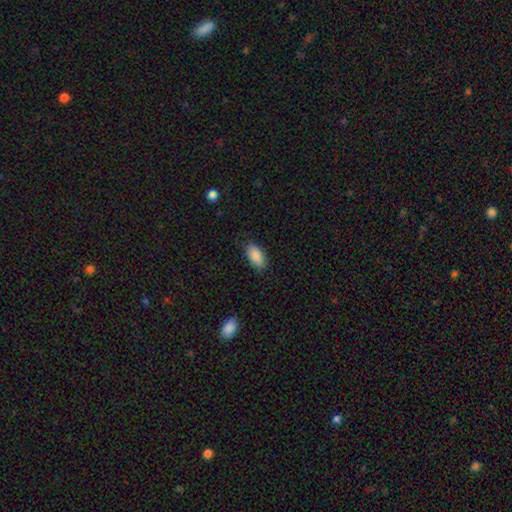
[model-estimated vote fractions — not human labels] Morphology: type=smooth (89%); roundness=in between (92%); merging=none (85%).